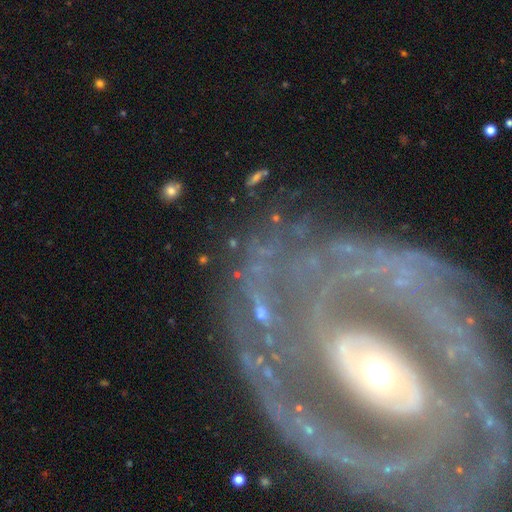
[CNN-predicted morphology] This is likely a featured or disk galaxy (70%). It is clearly not viewed edge-on (94%). Bar: marginally no (36%). Spiral arm pattern: clearly yes (80%). Spiral arm count: marginally 2 (31%). Spiral winding: possibly tight (52%). Central bulge: marginally small (43%). Merging: likely none (63%).